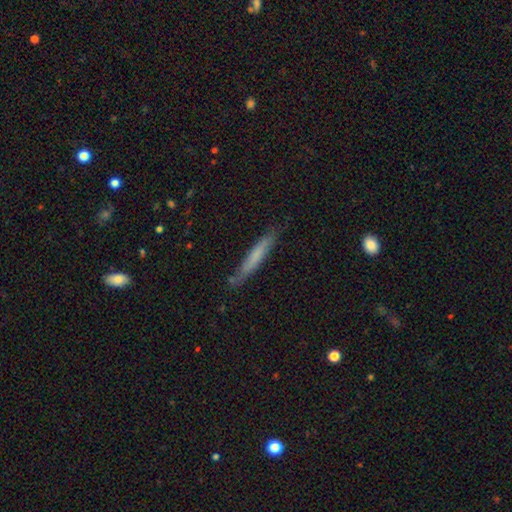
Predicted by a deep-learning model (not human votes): Morphology: type=smooth (65%); roundness=cigar-shaped (94%); merging=none (78%).